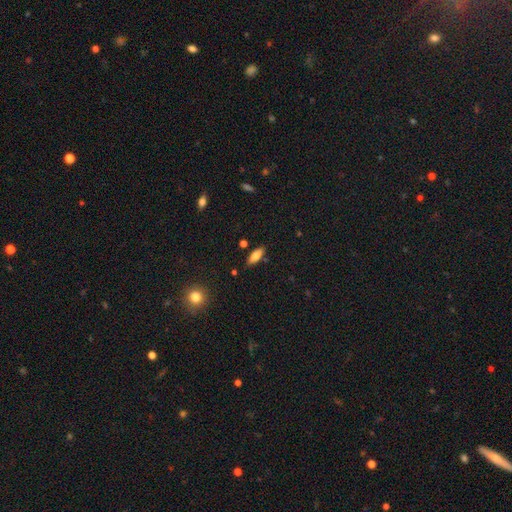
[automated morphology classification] smooth_or_featured: smooth (p=0.74) [alt: featured or disk p=0.19]
how_rounded: in between (p=0.72) [alt: cigar-shaped p=0.25]
merging: none (p=0.83) [alt: minor disturbance p=0.12]